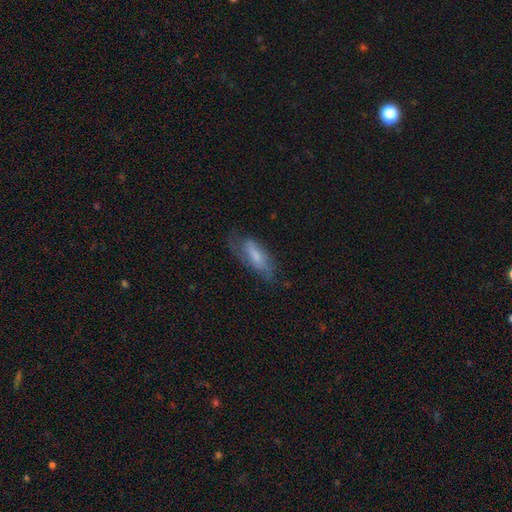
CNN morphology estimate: Q: Smooth or featured?
A: smooth (58%); runner-up: featured or disk (34%)
Q: How rounded?
A: in between (65%); runner-up: cigar-shaped (33%)
Q: Merging?
A: none (50%); runner-up: minor disturbance (30%)